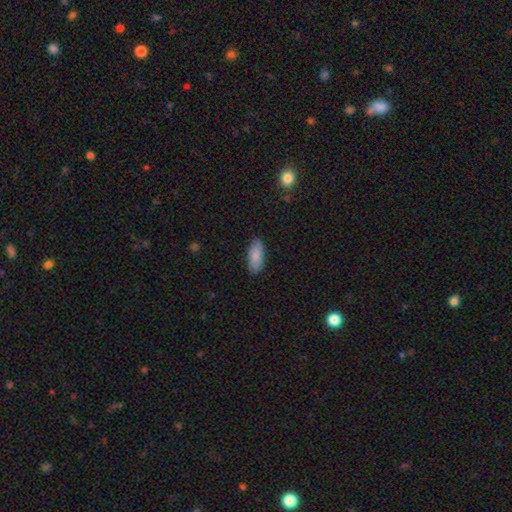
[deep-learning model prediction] smooth_or_featured: smooth (p=0.85) [alt: featured or disk p=0.09]
how_rounded: in between (p=0.84) [alt: cigar-shaped p=0.14]
merging: none (p=0.85) [alt: minor disturbance p=0.12]